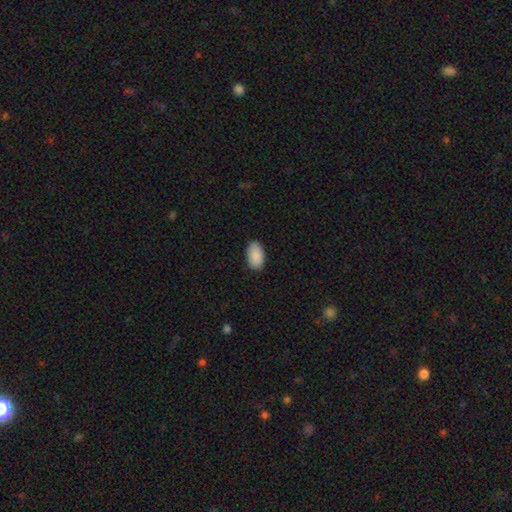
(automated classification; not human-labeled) This is clearly a smooth galaxy (90%). How rounded: clearly in between (94%). Merging: clearly none (87%).